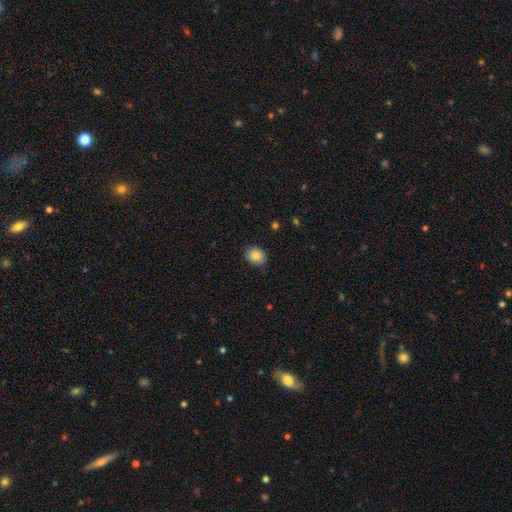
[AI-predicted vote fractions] Smooth or featured?
  - smooth: 85% *
  - star or artifact: 8%
  - featured or disk: 7%
How rounded?
  - in between: 52% *
  - round: 47%
  - cigar-shaped: 1%
Merging?
  - none: 84% *
  - minor disturbance: 13%
  - major disturbance: 2%
  - merger: 1%